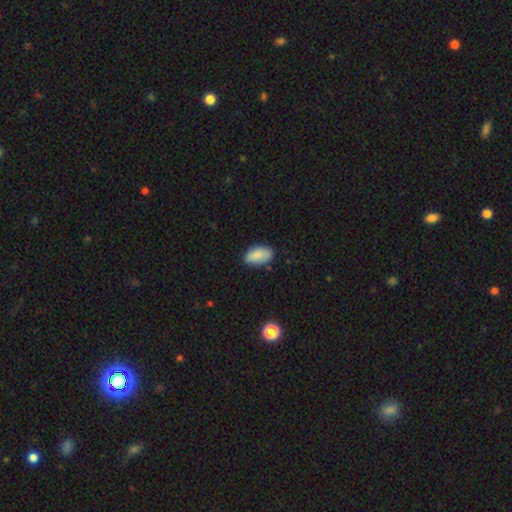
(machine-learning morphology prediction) A smooth galaxy with no disk features (85%) that is in between round and cigar-shaped (93%). Merging: none (74%).